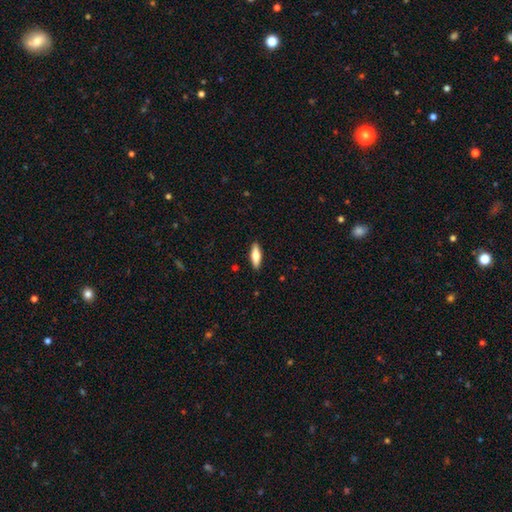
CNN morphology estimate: The model was most divided on "how rounded": in between: 55%, cigar-shaped: 43%, round: 2%. More confident: merging — none (90%); smooth or featured — smooth (63%).